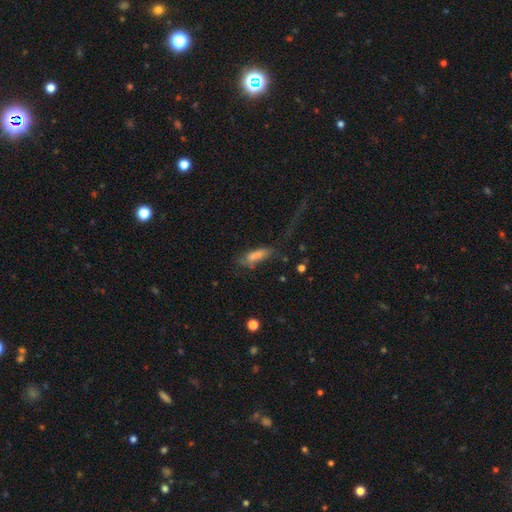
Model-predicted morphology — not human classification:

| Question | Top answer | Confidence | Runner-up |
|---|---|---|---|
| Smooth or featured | smooth | 71% | featured or disk (19%) |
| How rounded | in between | 49% | cigar-shaped (48%) |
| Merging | none | 38% | major disturbance (30%) |